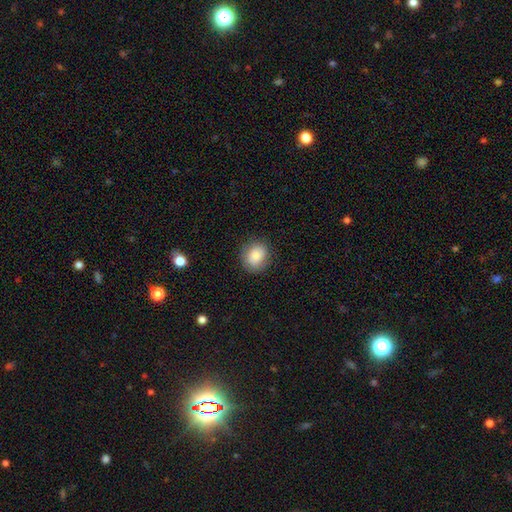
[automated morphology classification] Q: Smooth or featured?
A: smooth (84%); runner-up: featured or disk (9%)
Q: How rounded?
A: round (68%); runner-up: in between (31%)
Q: Merging?
A: none (83%); runner-up: minor disturbance (12%)